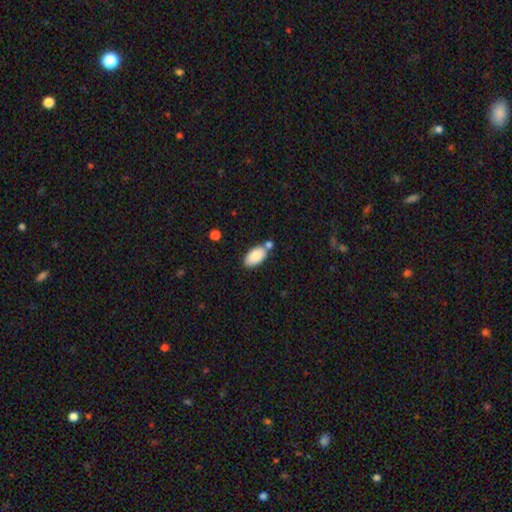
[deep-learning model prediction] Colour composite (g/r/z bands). It shows a smooth galaxy with no disk features (84%) that is in between round and cigar-shaped (95%). Merging: none (63%).